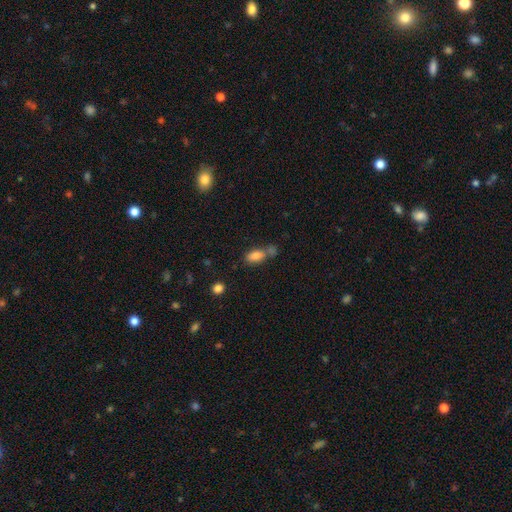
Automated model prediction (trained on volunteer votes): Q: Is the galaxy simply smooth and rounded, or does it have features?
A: smooth — 82%.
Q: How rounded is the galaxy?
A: in between — 87%.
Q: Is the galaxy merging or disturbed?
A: none — 47%.